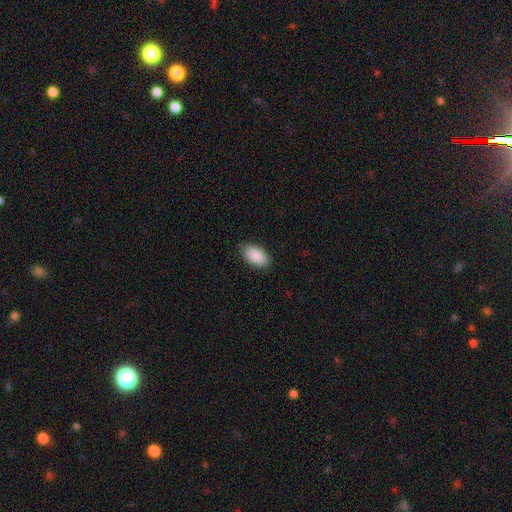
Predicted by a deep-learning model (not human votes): This appears to be a smooth galaxy with no disk features (90%) that is in between round and cigar-shaped (95%). Merging: none (85%).